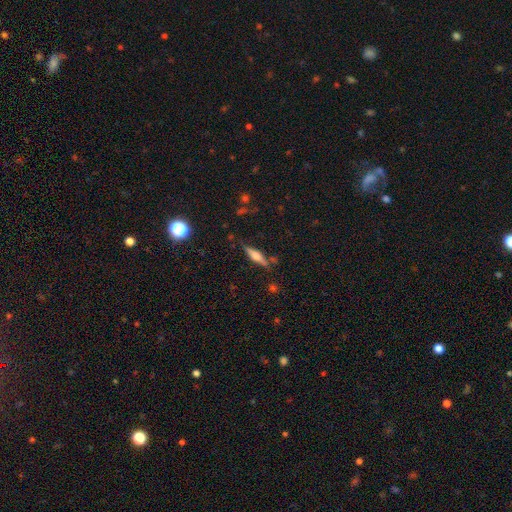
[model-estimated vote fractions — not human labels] smooth-or-featured: featured or disk: 55% | smooth: 37% | star or artifact: 8%
  disk-edge-on: yes: 95% | no: 5%
    edge-on-bulge: rounded: 80% | boxy: 15% | none: 5%
  merging: none: 79% | minor disturbance: 13% | merger: 5% | major disturbance: 3%